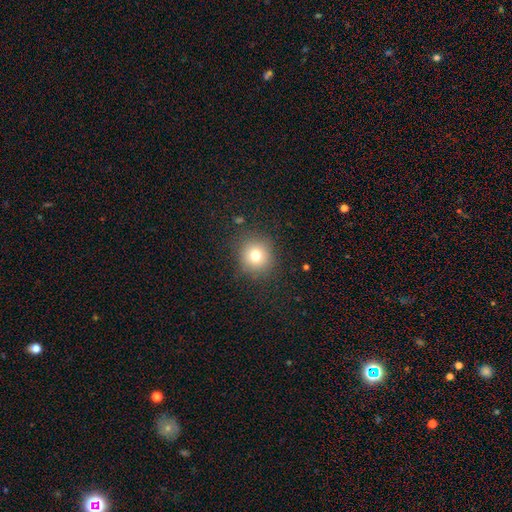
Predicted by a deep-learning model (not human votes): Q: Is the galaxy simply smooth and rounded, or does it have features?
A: smooth — 75%.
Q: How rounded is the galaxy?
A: round — 91%.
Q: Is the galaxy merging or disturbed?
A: none — 87%.